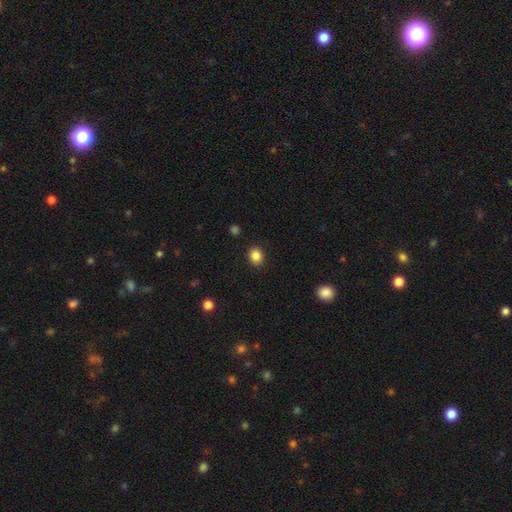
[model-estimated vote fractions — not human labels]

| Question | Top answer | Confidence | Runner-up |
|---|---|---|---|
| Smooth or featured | smooth | 86% | star or artifact (10%) |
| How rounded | round | 63% | in between (36%) |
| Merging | none | 89% | minor disturbance (8%) |